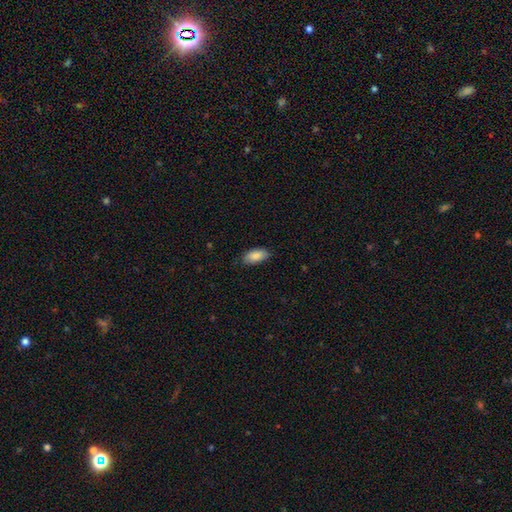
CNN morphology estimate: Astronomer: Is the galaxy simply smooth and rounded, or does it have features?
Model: smooth — 88%.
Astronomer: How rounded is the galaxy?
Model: in between — 92%.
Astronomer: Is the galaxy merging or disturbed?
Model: none — 81%.